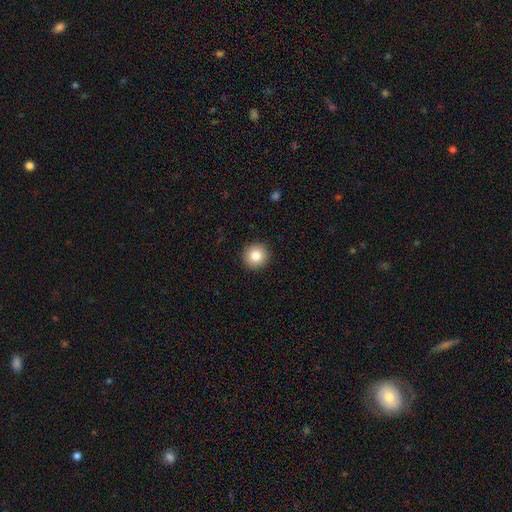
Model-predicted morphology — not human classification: Smooth or featured: smooth — 84% (star or artifact — 9%)
How rounded: round — 93% (in between — 6%)
Merging: none — 93% (minor disturbance — 5%)